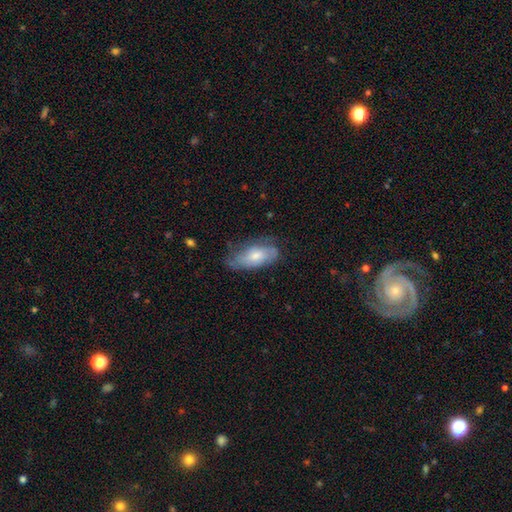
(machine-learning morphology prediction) Smooth or featured: smooth — 54% (featured or disk — 40%)
How rounded: in between — 85% (cigar-shaped — 11%)
Merging: none — 59% (minor disturbance — 29%)